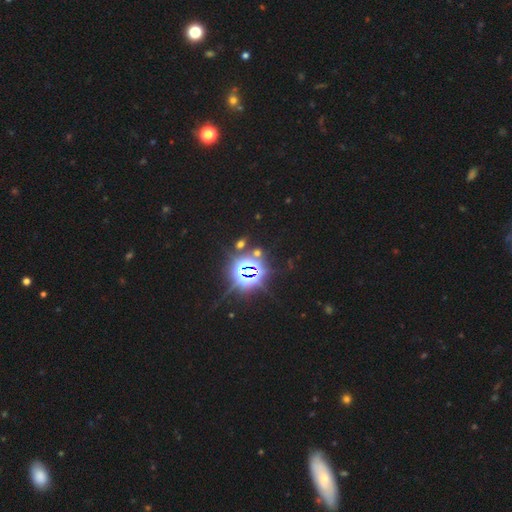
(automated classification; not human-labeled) This appears to be a star or artifact, not a galaxy (84%).